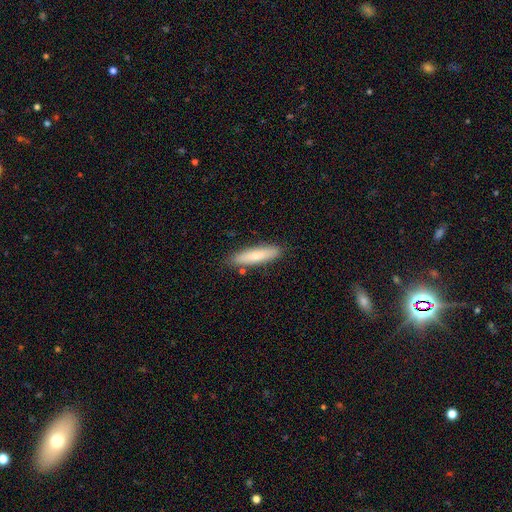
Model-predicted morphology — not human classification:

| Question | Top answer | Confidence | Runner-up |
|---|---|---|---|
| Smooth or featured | smooth | 76% | featured or disk (19%) |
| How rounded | cigar-shaped | 78% | in between (21%) |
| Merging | none | 86% | minor disturbance (10%) |